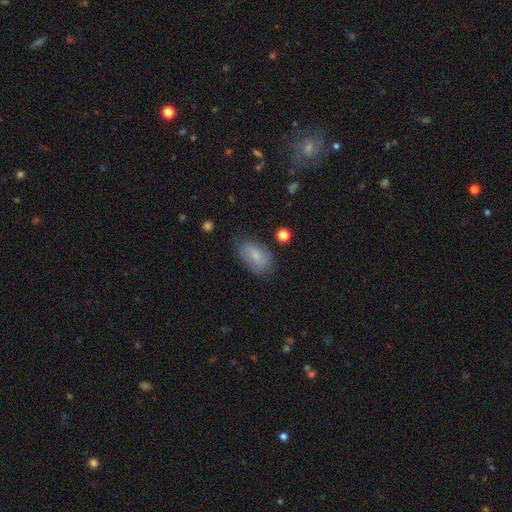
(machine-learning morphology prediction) Smooth or featured? smooth (55%)
How rounded? in between (88%)
Merging? none (70%)